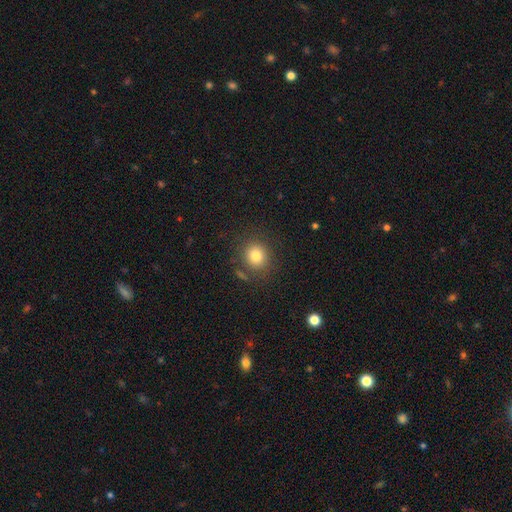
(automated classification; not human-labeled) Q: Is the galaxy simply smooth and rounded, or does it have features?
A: smooth — 80%.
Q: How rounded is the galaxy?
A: round — 84%.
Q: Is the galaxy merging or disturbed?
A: none — 82%.